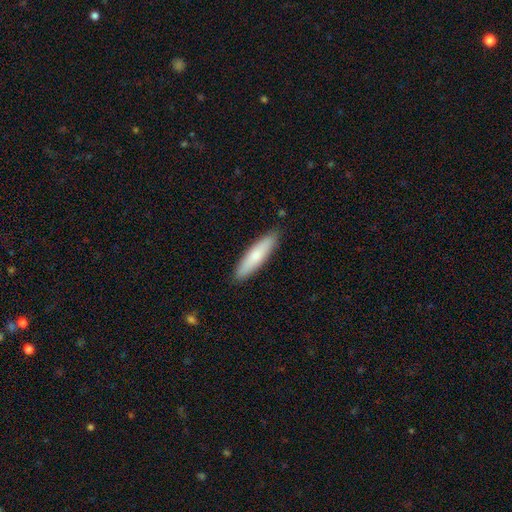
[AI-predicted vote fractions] This appears to be a smooth galaxy with no disk features (74%) that is cigar-shaped (77%). Merging: none (89%).